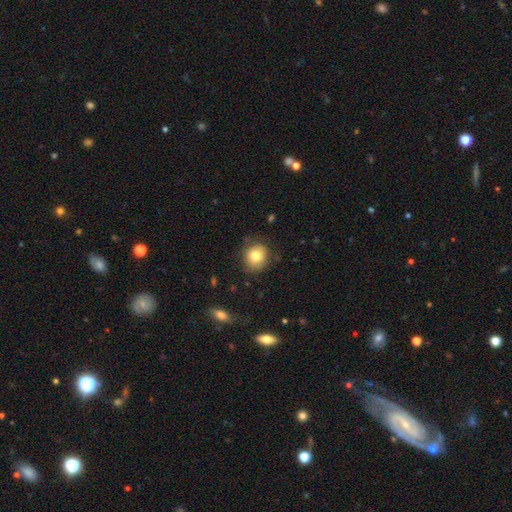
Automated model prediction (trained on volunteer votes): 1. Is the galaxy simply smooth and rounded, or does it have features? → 78% smooth, 13% featured or disk, 10% star or artifact.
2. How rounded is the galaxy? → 77% round, 22% in between, 1% cigar-shaped.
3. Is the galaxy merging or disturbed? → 80% none, 15% minor disturbance, 4% major disturbance, 2% merger.